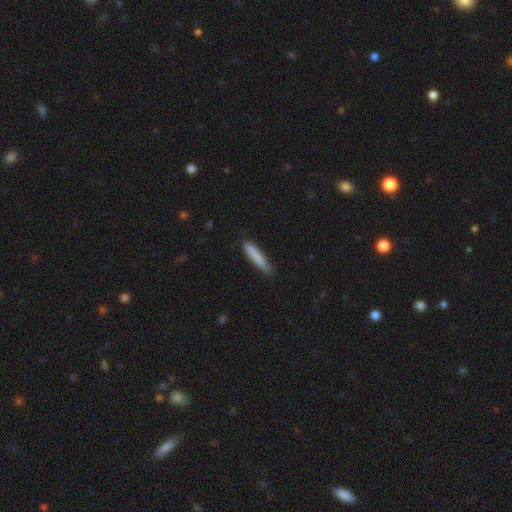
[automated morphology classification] smooth-or-featured: smooth: 82% | featured or disk: 12% | star or artifact: 6%
  how-rounded: cigar-shaped: 92% | in between: 7% | round: 1%
  merging: none: 81% | minor disturbance: 15% | major disturbance: 2% | merger: 1%